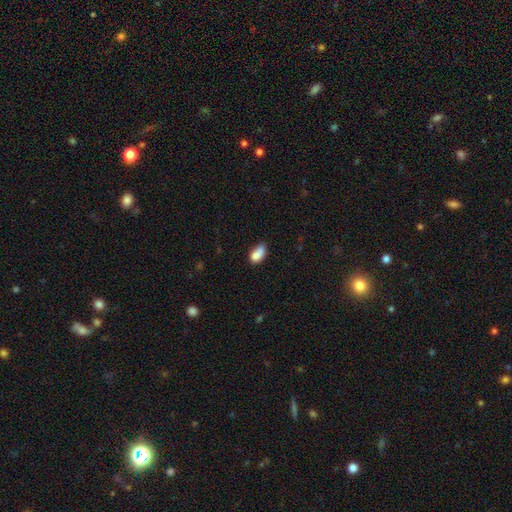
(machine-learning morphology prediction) This is likely a smooth galaxy (79%). How rounded: clearly in between (87%). Merging: marginally none (39%).